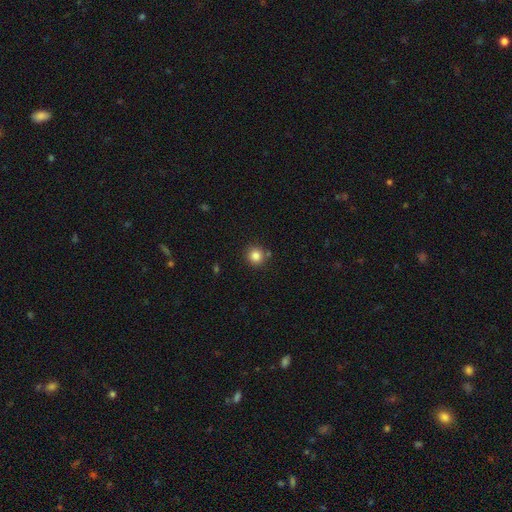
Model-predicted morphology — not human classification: A smooth galaxy with no disk features (84%) that is round (94%).

Vote fractions:
- Smooth or featured? smooth: 84% / star or artifact: 11% / featured or disk: 5%
- How rounded? round: 94% / in between: 5% / cigar-shaped: 1%
- Merging? none: 85% / minor disturbance: 7% / merger: 6% / major disturbance: 2%